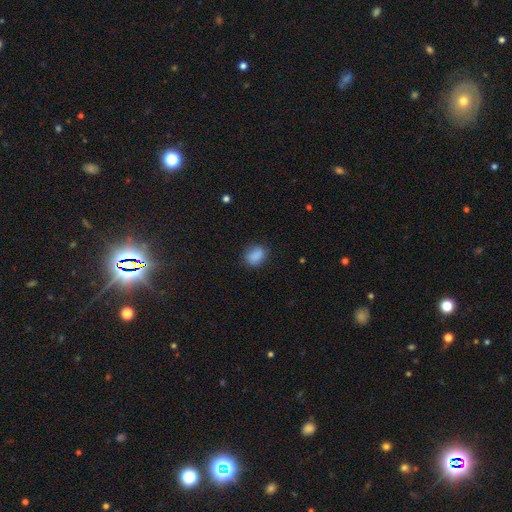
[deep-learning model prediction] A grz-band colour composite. It shows a smooth galaxy with no disk features (85%) that is in between round and cigar-shaped (69%). Merging: none (74%).